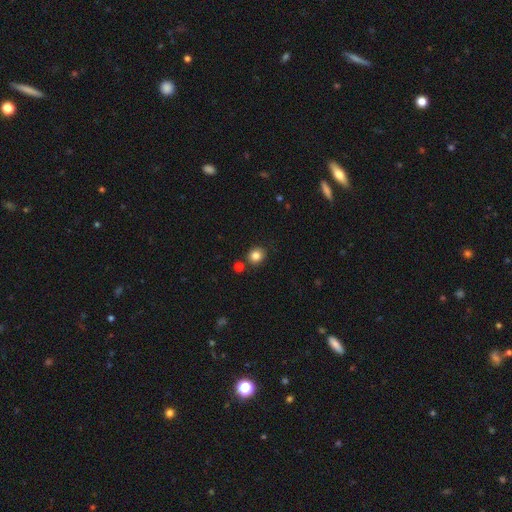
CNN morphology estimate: smooth_or_featured: smooth (p=0.84) [alt: star or artifact p=0.11]
how_rounded: round (p=0.83) [alt: in between p=0.16]
merging: none (p=0.82) [alt: minor disturbance p=0.09]